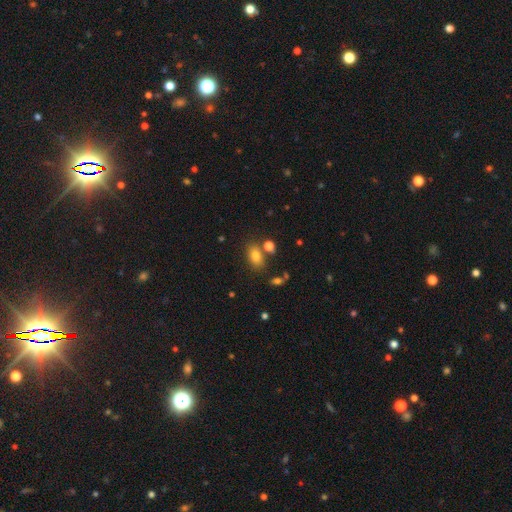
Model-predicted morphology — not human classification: Smooth or featured? Predicted: smooth (p=0.80). How rounded? Predicted: in between (p=0.85). Merging? Predicted: none (p=0.72).